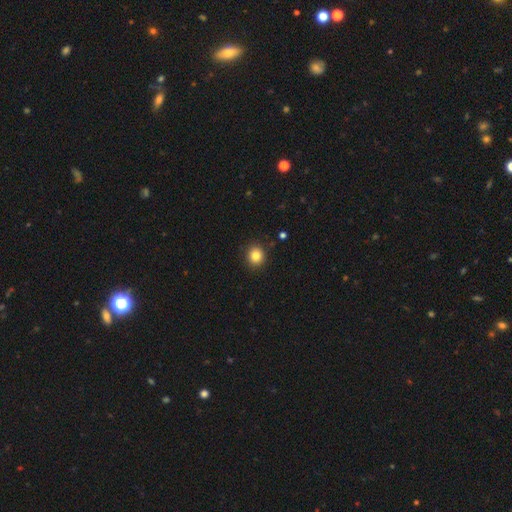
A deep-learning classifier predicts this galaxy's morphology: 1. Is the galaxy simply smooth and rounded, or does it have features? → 84% smooth, 11% star or artifact, 6% featured or disk.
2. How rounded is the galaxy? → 85% round, 14% in between, 1% cigar-shaped.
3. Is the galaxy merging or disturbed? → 90% none, 6% minor disturbance, 2% major disturbance, 1% merger.